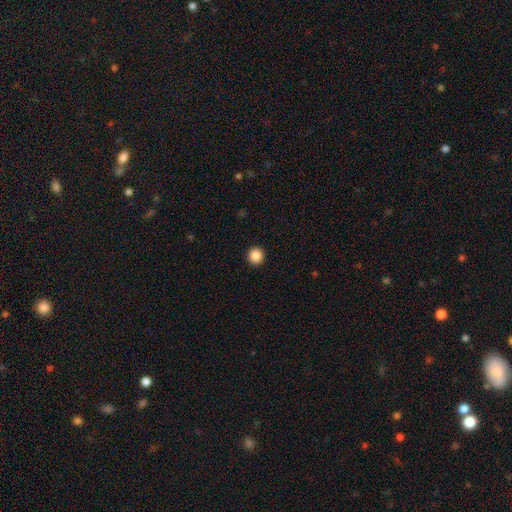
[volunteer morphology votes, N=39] Smooth or featured? smooth (85%)
How rounded? round (100%)
Merging? none (94%)